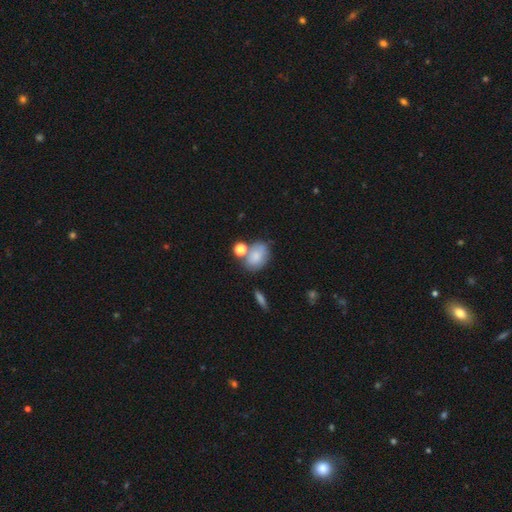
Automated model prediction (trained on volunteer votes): Q: Smooth or featured?
A: smooth (77%); runner-up: featured or disk (13%)
Q: How rounded?
A: in between (74%); runner-up: round (24%)
Q: Merging?
A: none (53%); runner-up: merger (23%)